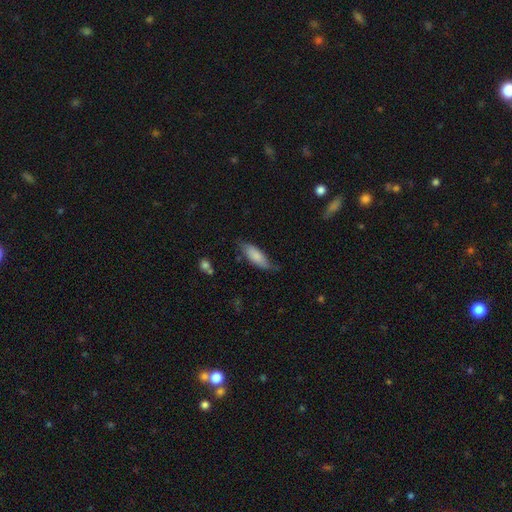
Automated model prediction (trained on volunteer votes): smooth_or_featured: smooth (p=0.78) [alt: featured or disk p=0.16]
how_rounded: in between (p=0.67) [alt: cigar-shaped p=0.32]
merging: none (p=0.59) [alt: minor disturbance p=0.32]